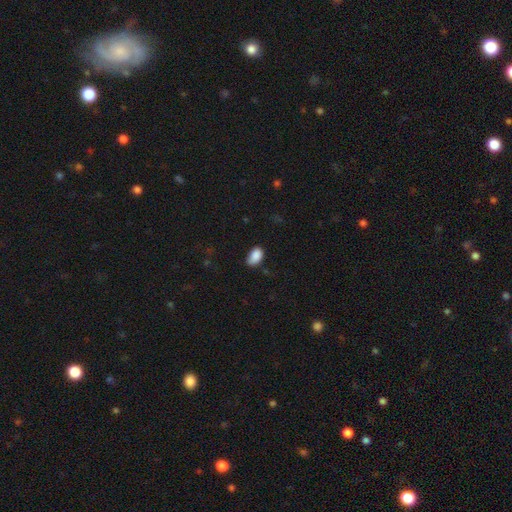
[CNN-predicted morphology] smooth_or_featured: smooth (p=0.88) [alt: star or artifact p=0.08]
how_rounded: in between (p=0.92) [alt: round p=0.06]
merging: none (p=0.69) [alt: minor disturbance p=0.25]